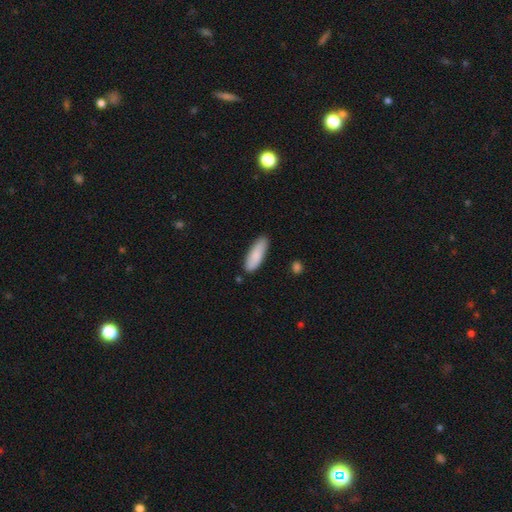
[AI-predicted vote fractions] Smooth or featured: smooth — 85% (featured or disk — 10%)
How rounded: in between — 55% (cigar-shaped — 43%)
Merging: none — 84% (minor disturbance — 12%)